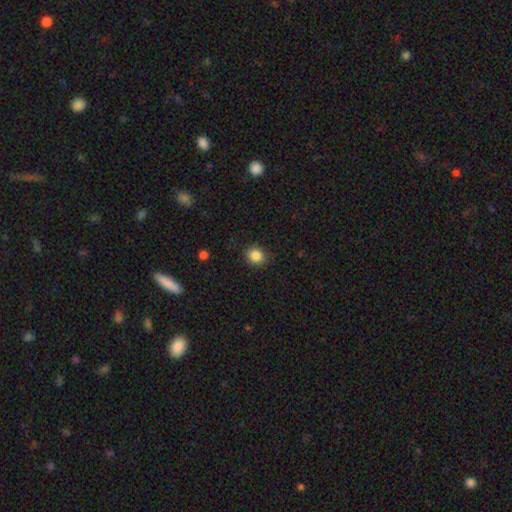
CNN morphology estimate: The model was most divided on "how rounded": round: 73%, in between: 26%, cigar-shaped: 1%. More confident: smooth or featured — smooth (86%); merging — none (84%).